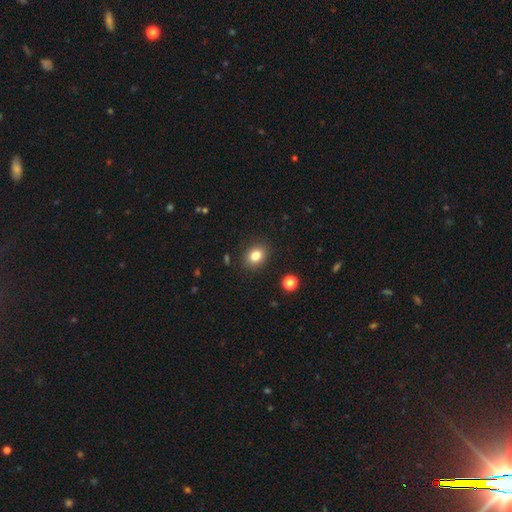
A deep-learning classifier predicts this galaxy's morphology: type=smooth (82%); roundness=in between (53%); merging=none (88%).